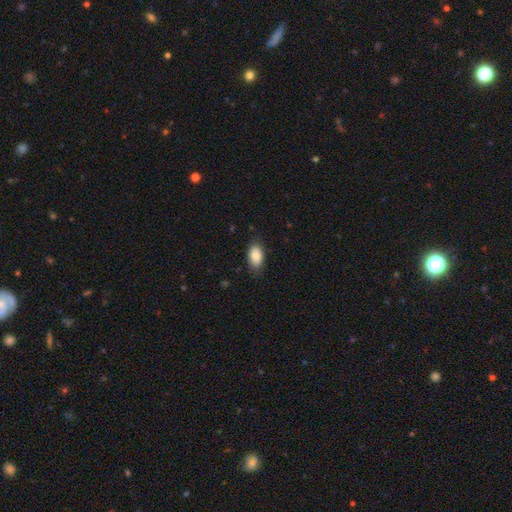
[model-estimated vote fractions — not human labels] Overall: smooth (85%). How rounded: in between (92%). Merging: none (78%).